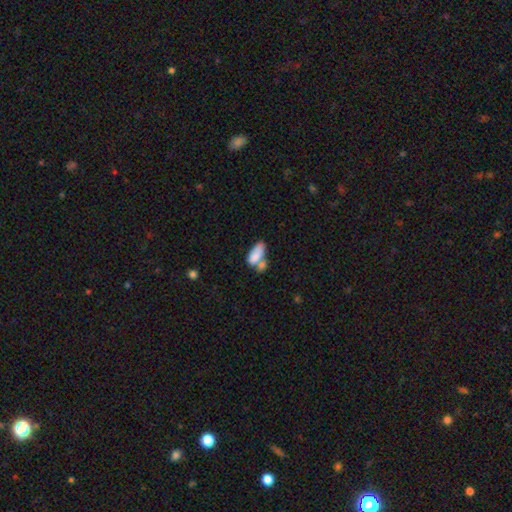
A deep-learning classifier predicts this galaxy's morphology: A smooth galaxy with no disk features (81%) that is in between round and cigar-shaped (86%). Merging: merger (50%).